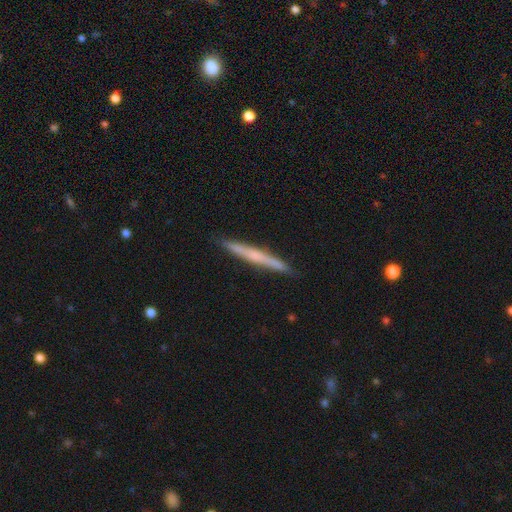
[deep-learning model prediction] Smooth or featured? featured or disk (52%)
Edge-on disk? yes (97%)
Edge-on bulge? none (59%)
Merging? none (91%)